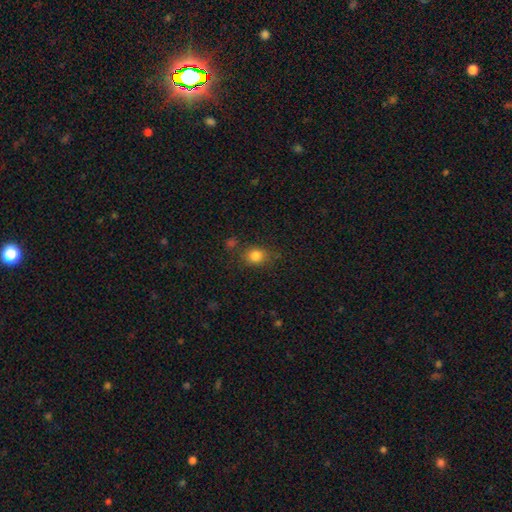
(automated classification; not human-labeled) smooth_or_featured: smooth (p=0.82) [alt: star or artifact p=0.12]
how_rounded: round (p=0.63) [alt: in between p=0.36]
merging: none (p=0.73) [alt: minor disturbance p=0.16]